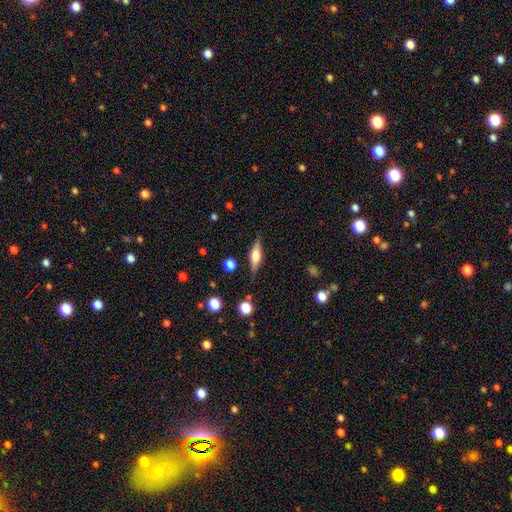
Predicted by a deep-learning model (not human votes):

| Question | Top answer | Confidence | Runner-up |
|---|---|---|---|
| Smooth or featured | featured or disk | 57% | smooth (36%) |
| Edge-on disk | yes | 94% | no (6%) |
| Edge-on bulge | rounded | 85% | boxy (13%) |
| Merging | none | 83% | minor disturbance (12%) |